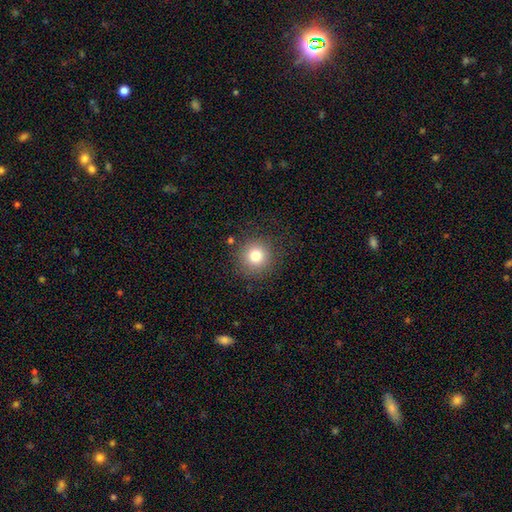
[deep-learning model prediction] Smooth or featured? Predicted: smooth (p=0.79). How rounded? Predicted: round (p=0.95). Merging? Predicted: none (p=0.87).